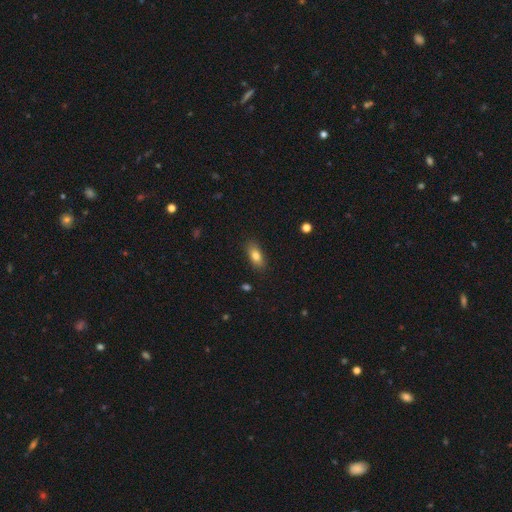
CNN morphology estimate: Overall: smooth (81%). How rounded: in between (85%). Merging: none (85%).